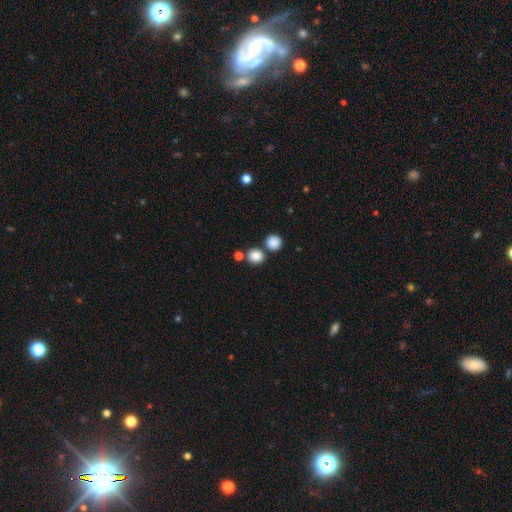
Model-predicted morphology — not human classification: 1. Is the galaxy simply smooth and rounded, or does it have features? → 84% smooth, 10% star or artifact, 5% featured or disk.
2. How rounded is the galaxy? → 83% round, 16% in between, 1% cigar-shaped.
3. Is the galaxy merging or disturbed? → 71% none, 18% merger, 8% minor disturbance, 3% major disturbance.